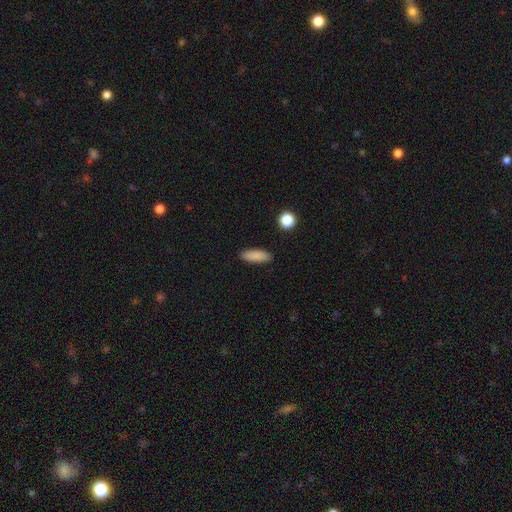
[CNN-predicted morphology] type=smooth (87%); roundness=in between (63%); merging=none (89%).